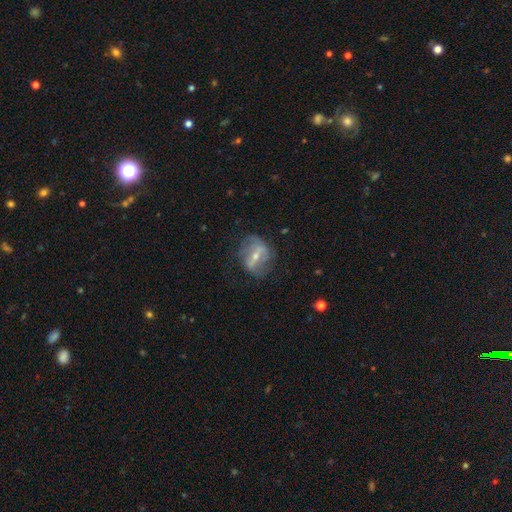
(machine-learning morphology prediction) smooth-or-featured: featured or disk: 73% | smooth: 19% | star or artifact: 8%
  disk-edge-on: no: 92% | yes: 8%
    bar: strong: 56% | weak: 31% | no: 13%
    has-spiral-arms: yes: 64% | no: 36%
    bulge-size: small: 53% | moderate: 42% | none: 2% | large: 2% | dominant: 1%
  merging: none: 59% | minor disturbance: 23% | major disturbance: 16% | merger: 2%